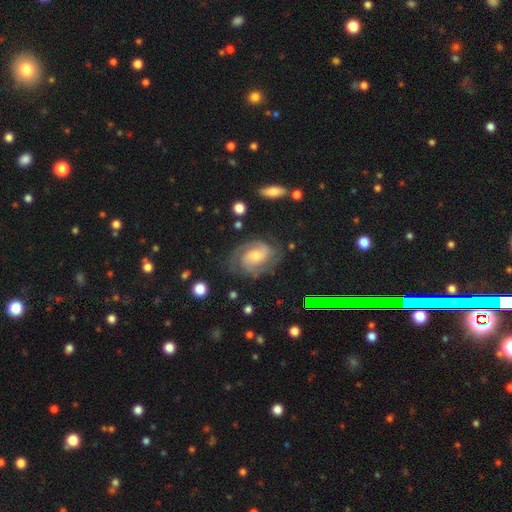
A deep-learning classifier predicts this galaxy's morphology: A featured or disk galaxy (82%) with no bar (54%), 2 (67%) tight (48%) spiral arms (96%) and a moderate central bulge (46%). Merging: none (74%).